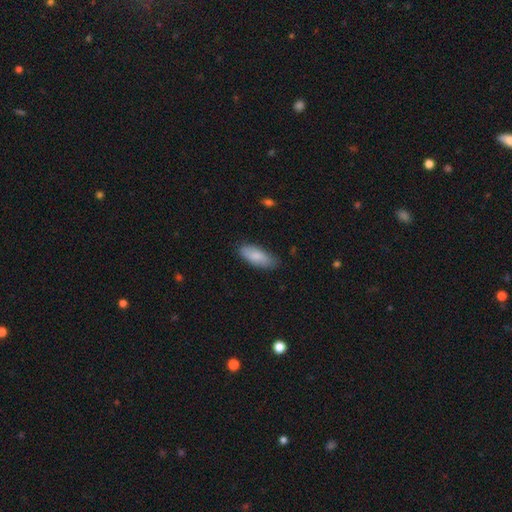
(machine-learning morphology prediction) smooth-or-featured: smooth: 83% | featured or disk: 11% | star or artifact: 6%
  how-rounded: in between: 81% | cigar-shaped: 17% | round: 2%
  merging: none: 76% | minor disturbance: 20% | major disturbance: 3% | merger: 1%